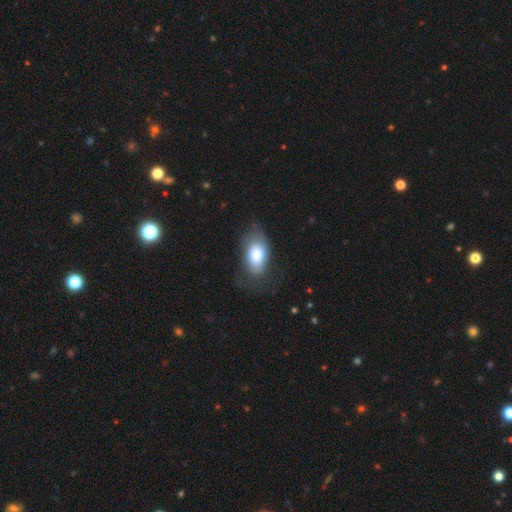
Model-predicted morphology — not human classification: The model was most divided on "merging": none: 57%, minor disturbance: 26%, major disturbance: 15%, merger: 1%. More confident: how rounded — in between (91%); smooth or featured — smooth (73%).